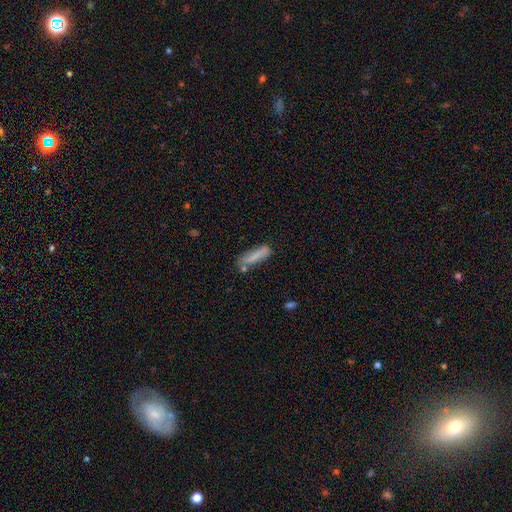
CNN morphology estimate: Smooth or featured? smooth (76%)
How rounded? cigar-shaped (68%)
Merging? none (63%)